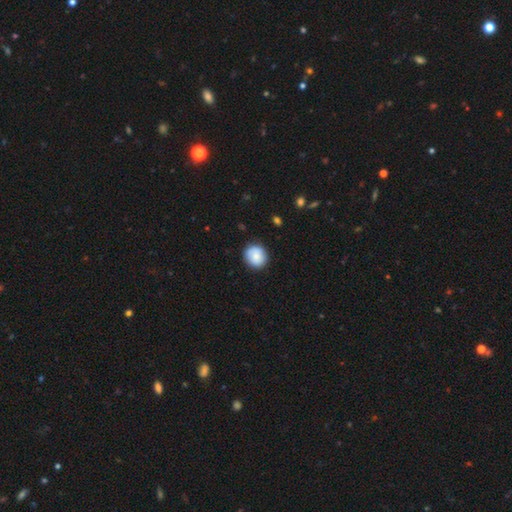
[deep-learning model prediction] Morphology: type=smooth (77%); roundness=round (88%); merging=none (84%).